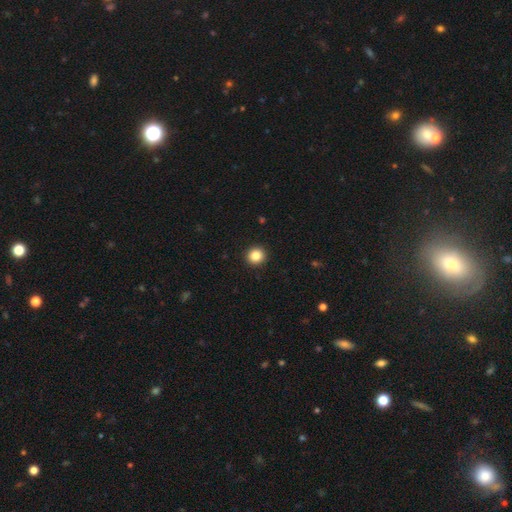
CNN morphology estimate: Smooth or featured: smooth — 85% (star or artifact — 10%)
How rounded: round — 92% (in between — 7%)
Merging: none — 93% (minor disturbance — 4%)